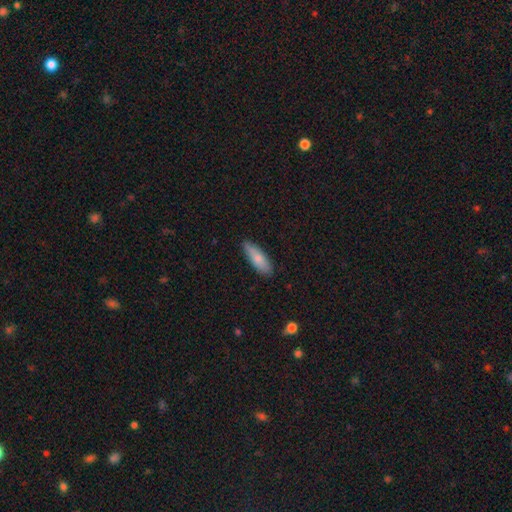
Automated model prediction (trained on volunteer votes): This appears to be a smooth galaxy with no disk features (81%) that is in between round and cigar-shaped (58%). Merging: none (86%).